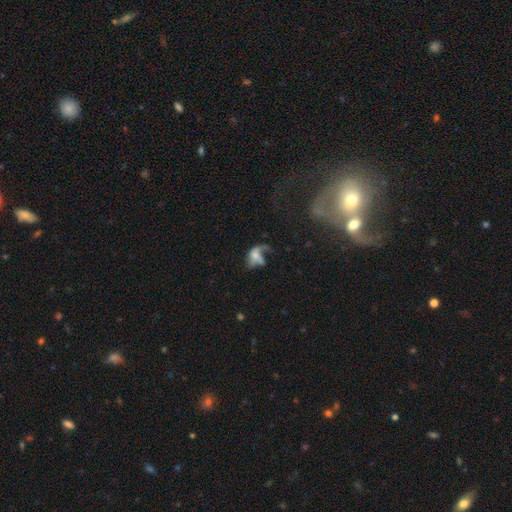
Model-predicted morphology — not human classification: Smooth or featured? featured or disk (48%)
Merging? major disturbance (48%)